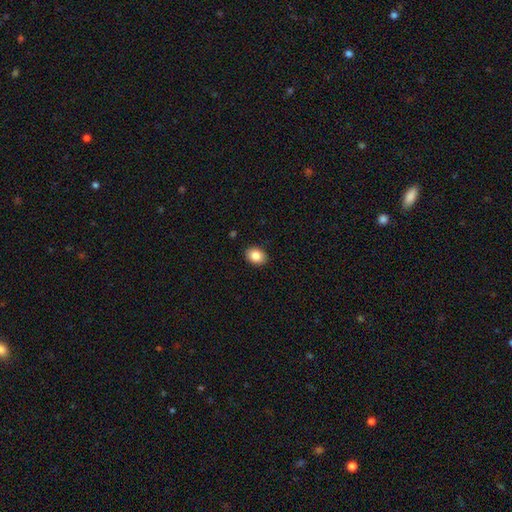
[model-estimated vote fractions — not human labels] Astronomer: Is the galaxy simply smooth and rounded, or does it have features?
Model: smooth — 85%.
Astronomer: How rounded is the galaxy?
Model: in between — 67%.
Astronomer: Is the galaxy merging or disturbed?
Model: none — 90%.